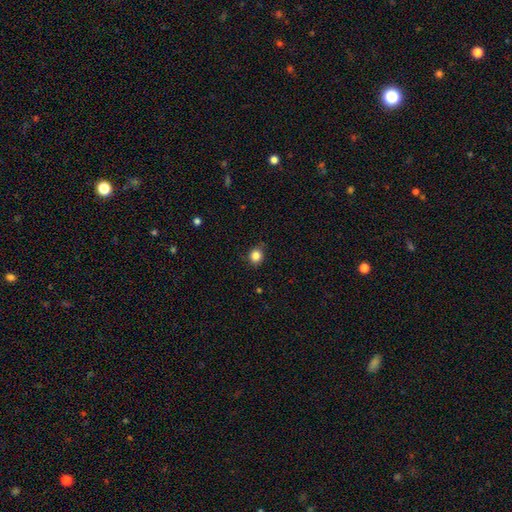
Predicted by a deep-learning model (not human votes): Morphology: type=smooth (85%); roundness=round (77%); merging=none (82%).